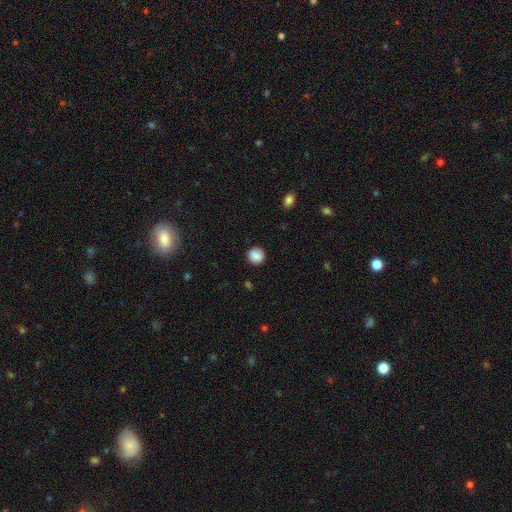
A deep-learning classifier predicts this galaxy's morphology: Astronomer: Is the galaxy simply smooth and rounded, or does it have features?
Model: smooth — 87%.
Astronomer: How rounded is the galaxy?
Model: round — 90%.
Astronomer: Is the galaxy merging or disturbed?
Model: none — 87%.